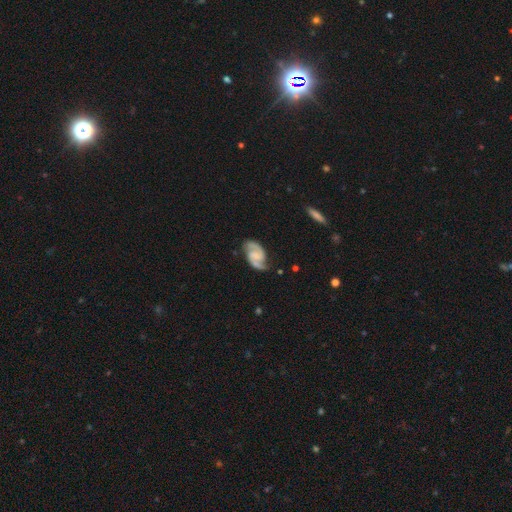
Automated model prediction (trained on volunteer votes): Overall: featured or disk (87%). Edge-on disk: no (98%). Bar: weak (46%; no 34%). Spiral arms: yes (97%). Spiral arm count: 2 (93%). Spiral winding: medium (55%; loose 23%). Bulge size: none (54%; small 25%). Merging: none (76%).